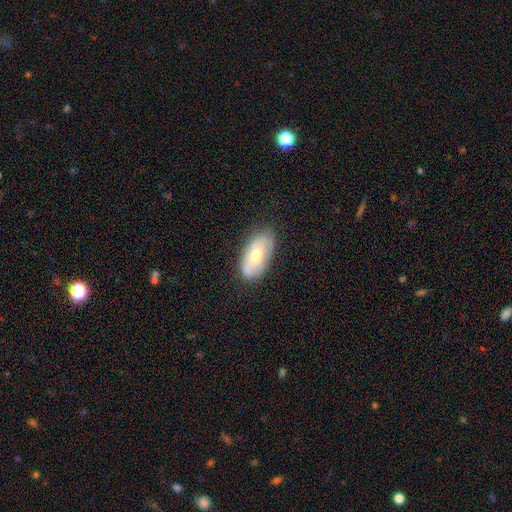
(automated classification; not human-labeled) Q: Smooth or featured?
A: smooth (53%); runner-up: featured or disk (40%)
Q: How rounded?
A: in between (92%); runner-up: cigar-shaped (5%)
Q: Merging?
A: none (75%); runner-up: minor disturbance (20%)